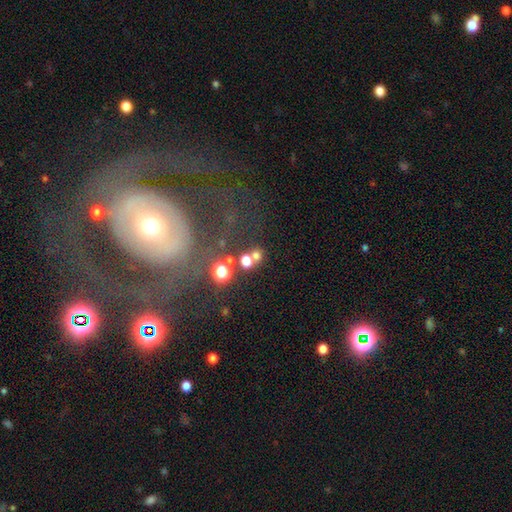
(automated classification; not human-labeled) smooth_or_featured: smooth (p=0.64) [alt: star or artifact p=0.26]
how_rounded: round (p=0.86) [alt: in between p=0.13]
merging: none (p=0.63) [alt: merger p=0.25]